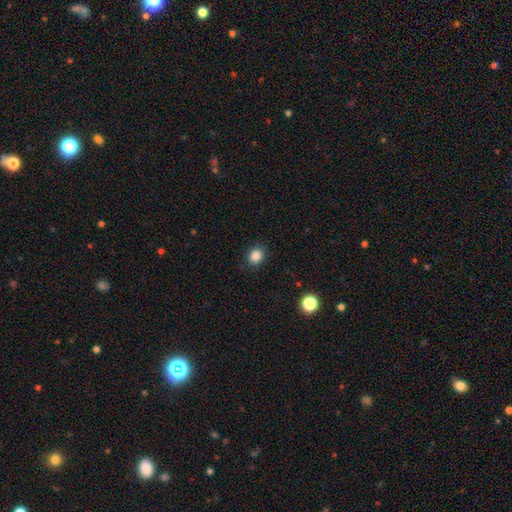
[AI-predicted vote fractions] A smooth galaxy with no disk features (85%) that is round (65%). Merging: none (87%).